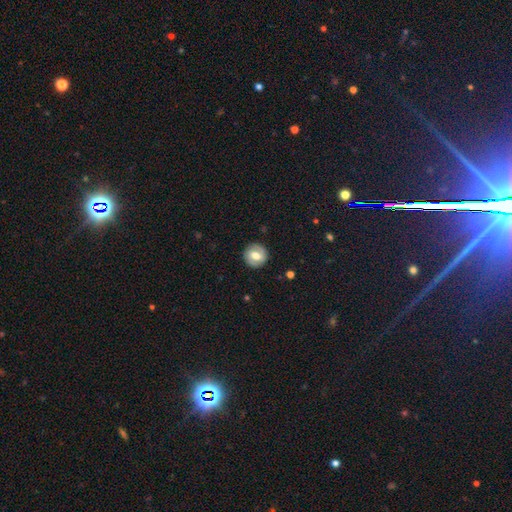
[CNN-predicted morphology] Overall: smooth (52%; featured or disk 40%). How rounded: round (86%). Merging: none (88%).